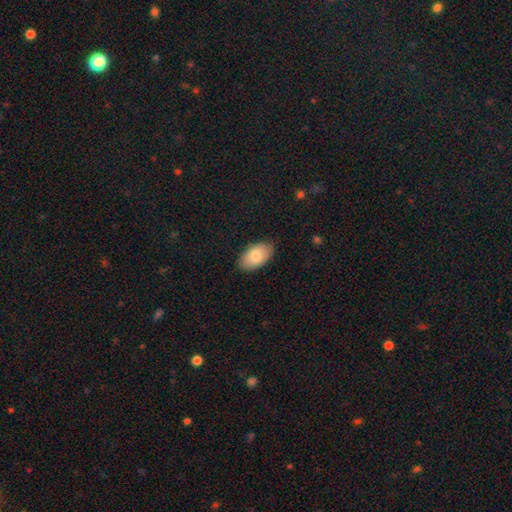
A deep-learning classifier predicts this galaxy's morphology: smooth 80%, featured or disk 14%, star or artifact 6%. Down the decision tree: how rounded — in between (95%); merging — none (85%).